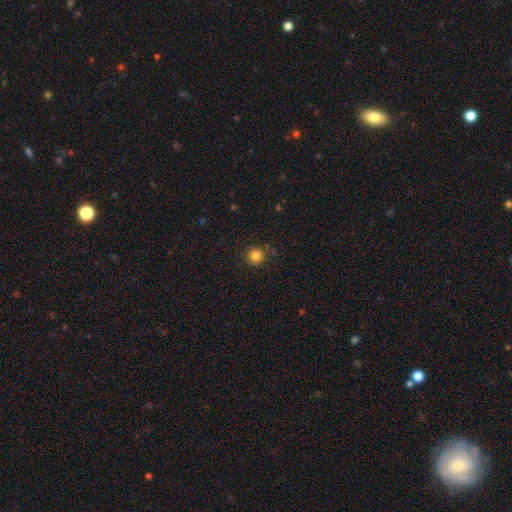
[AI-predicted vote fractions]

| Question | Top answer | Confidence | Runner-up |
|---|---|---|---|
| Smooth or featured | smooth | 84% | star or artifact (12%) |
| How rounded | round | 94% | in between (5%) |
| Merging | none | 85% | minor disturbance (10%) |